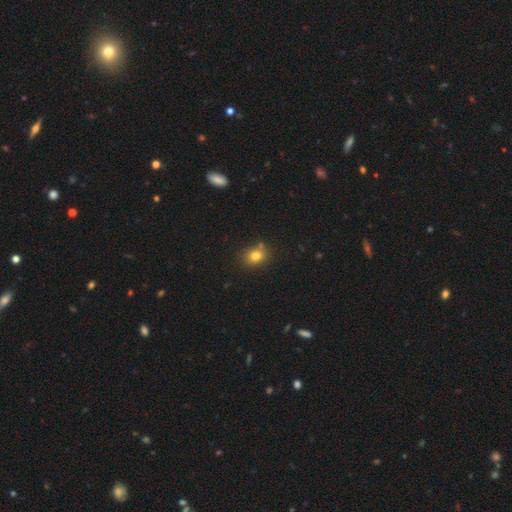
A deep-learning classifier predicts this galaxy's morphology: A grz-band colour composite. It shows a smooth galaxy with no disk features (78%) that is round (59%). Merging: none (75%).